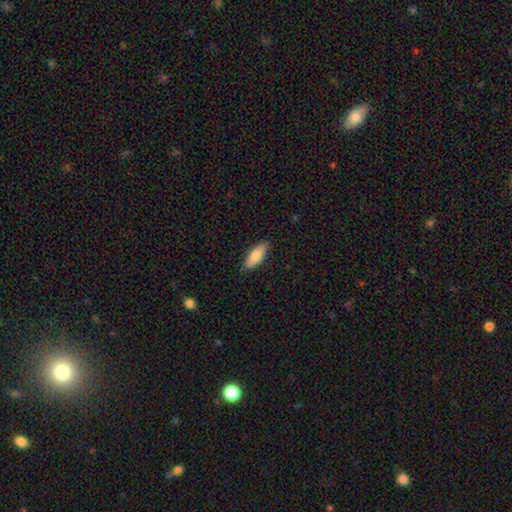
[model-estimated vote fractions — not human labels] This appears to be a smooth galaxy with no disk features (82%) that is in between round and cigar-shaped (67%). Merging: none (87%).